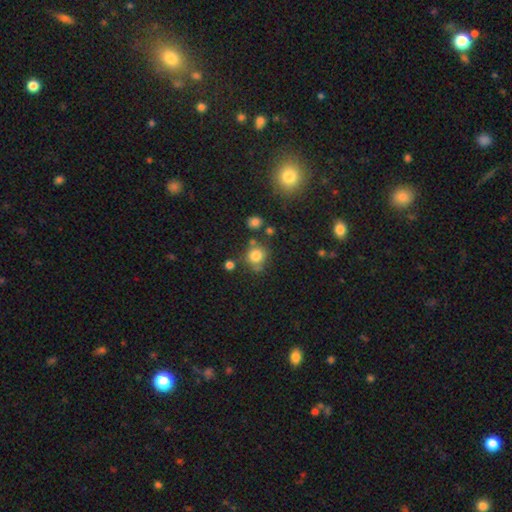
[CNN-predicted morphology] smooth_or_featured: smooth (p=0.80) [alt: star or artifact p=0.13]
how_rounded: round (p=0.85) [alt: in between p=0.14]
merging: none (p=0.66) [alt: minor disturbance p=0.16]